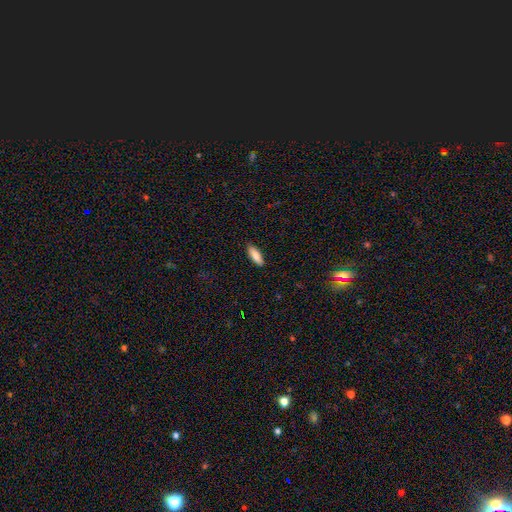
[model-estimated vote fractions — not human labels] smooth 85%, featured or disk 9%, star or artifact 6%. Down the decision tree: how rounded — in between (61%); merging — none (88%).